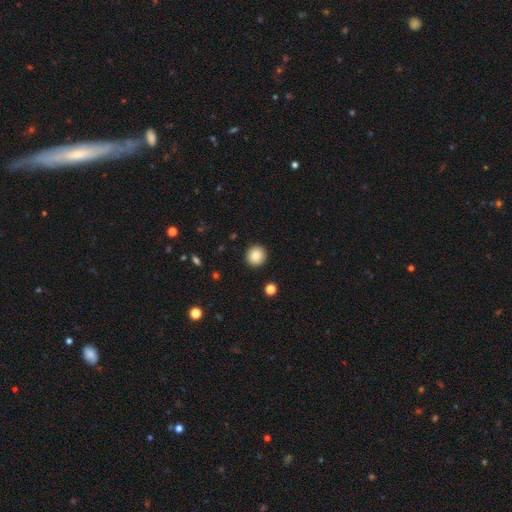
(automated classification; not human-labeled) This is clearly a smooth galaxy (87%). How rounded: clearly round (94%). Merging: clearly none (92%).